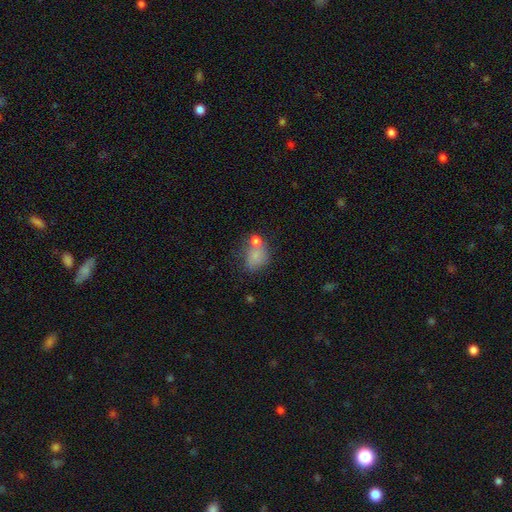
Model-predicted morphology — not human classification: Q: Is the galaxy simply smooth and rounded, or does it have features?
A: smooth — 76%.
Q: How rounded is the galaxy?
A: in between — 51%.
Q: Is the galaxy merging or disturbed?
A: none — 40%.